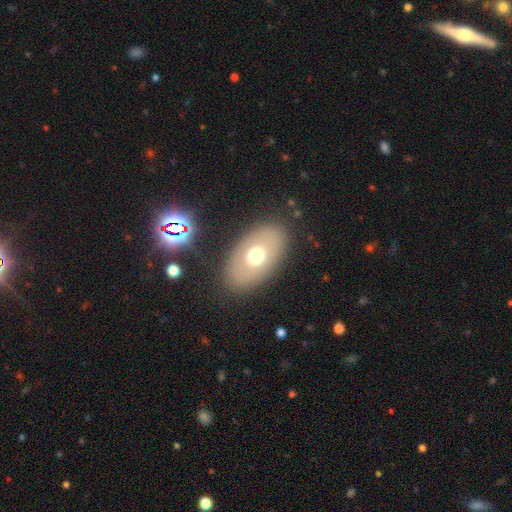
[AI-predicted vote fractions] smooth_or_featured: smooth (p=0.62) [alt: featured or disk p=0.28]
how_rounded: in between (p=0.88) [alt: round p=0.11]
merging: none (p=0.85) [alt: minor disturbance p=0.09]